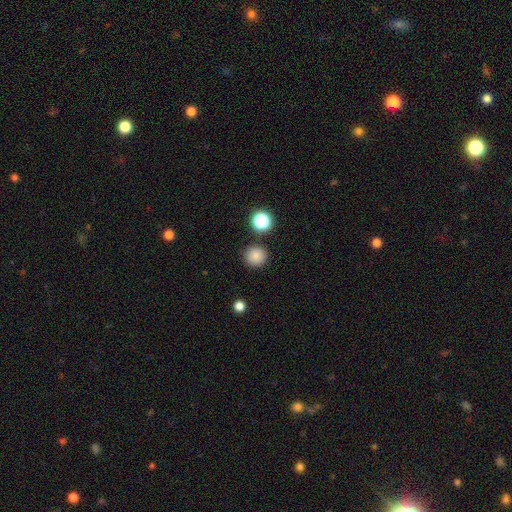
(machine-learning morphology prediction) smooth_or_featured: smooth (p=0.83) [alt: star or artifact p=0.12]
how_rounded: round (p=0.94) [alt: in between p=0.05]
merging: none (p=0.87) [alt: minor disturbance p=0.07]